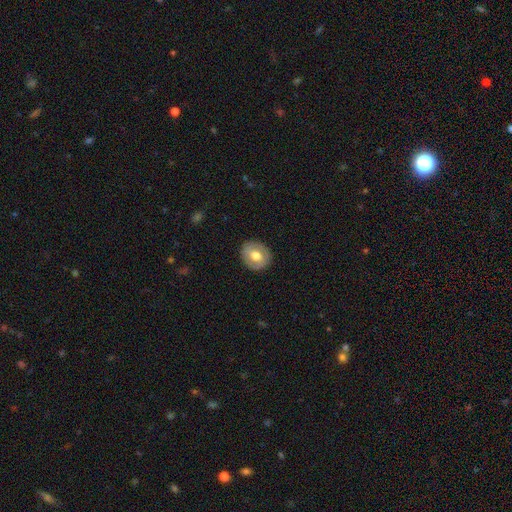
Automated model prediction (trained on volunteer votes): Smooth or featured: smooth — 58% (featured or disk — 35%)
How rounded: round — 70% (in between — 29%)
Merging: none — 86% (minor disturbance — 10%)